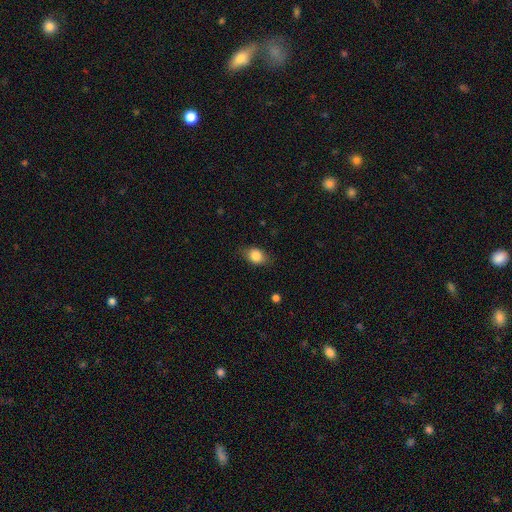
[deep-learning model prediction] This appears to be a smooth galaxy with no disk features (84%) that is in between round and cigar-shaped (71%). Merging: none (79%).